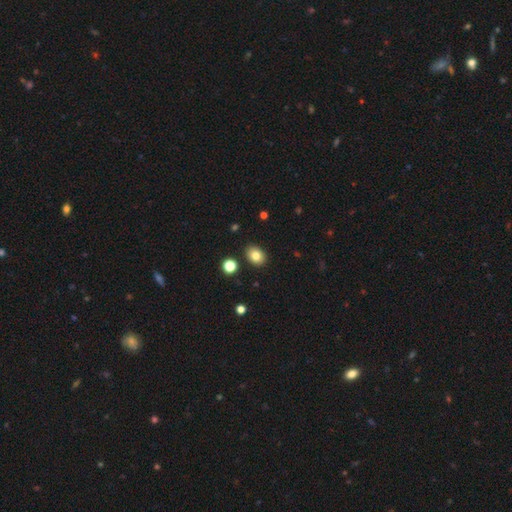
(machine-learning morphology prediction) smooth_or_featured: smooth (p=0.81) [alt: star or artifact p=0.10]
how_rounded: in between (p=0.66) [alt: round p=0.33]
merging: none (p=0.88) [alt: minor disturbance p=0.08]